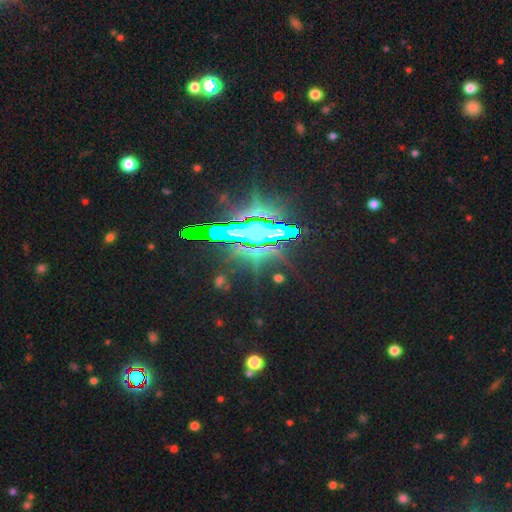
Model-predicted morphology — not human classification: Smooth or featured? Predicted: star or artifact (p=0.74).